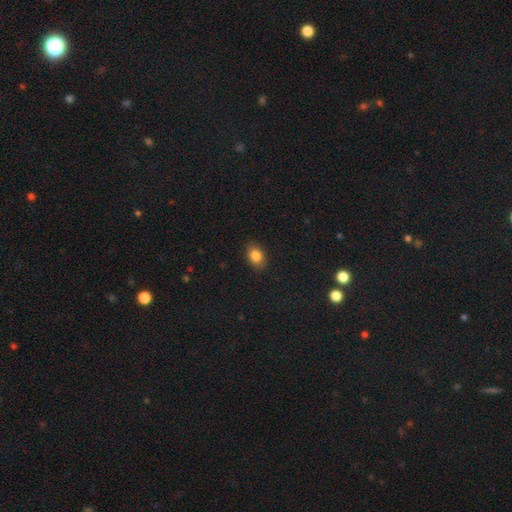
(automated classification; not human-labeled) smooth 84%, star or artifact 9%, featured or disk 6%. Down the decision tree: how rounded — in between (77%); merging — none (87%).